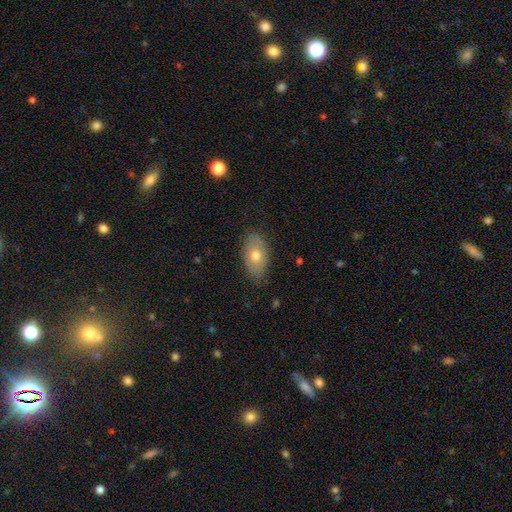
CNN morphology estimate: This appears to be a smooth galaxy with no disk features (64%) that is in between round and cigar-shaped (91%). Merging: none (82%).